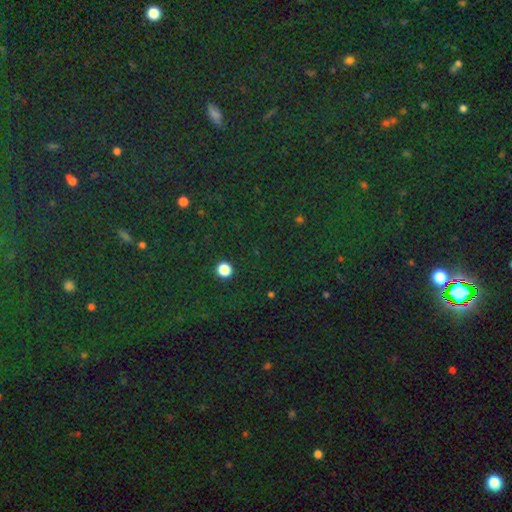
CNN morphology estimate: Smooth or featured? Predicted: star or artifact (p=0.82).